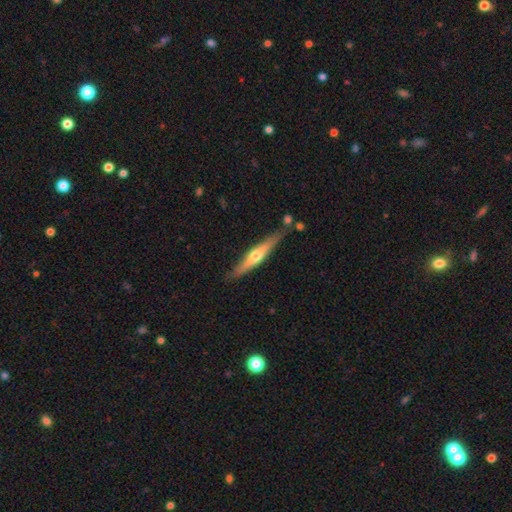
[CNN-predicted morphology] The model was most divided on "smooth or featured": featured or disk: 64%, smooth: 30%, star or artifact: 5%. More confident: edge-on disk — yes (95%); edge-on bulge — rounded (89%); merging — none (81%).